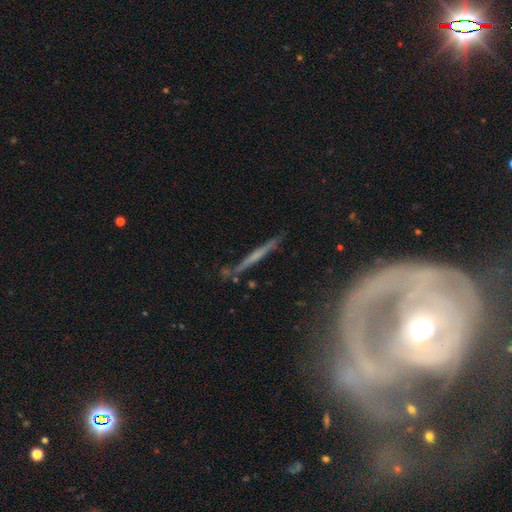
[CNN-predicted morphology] Overall: featured or disk (58%; smooth 33%). Edge-on disk: yes (93%). Edge-on bulge: none (69%). Merging: none (81%).